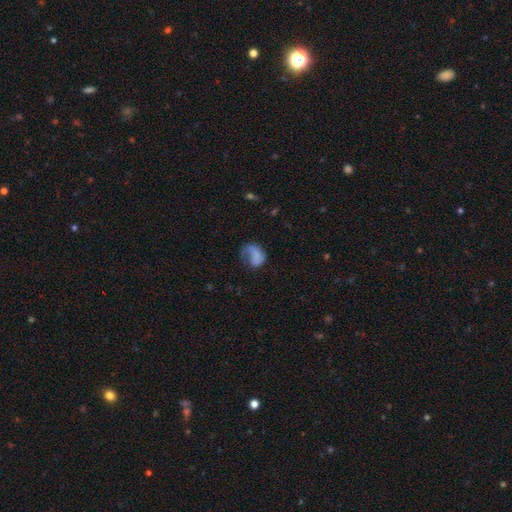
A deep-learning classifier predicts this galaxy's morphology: The model was most divided on "merging": major disturbance: 44%, none: 30%, minor disturbance: 22%, merger: 4%. More confident: how rounded — in between (67%); smooth or featured — smooth (54%).